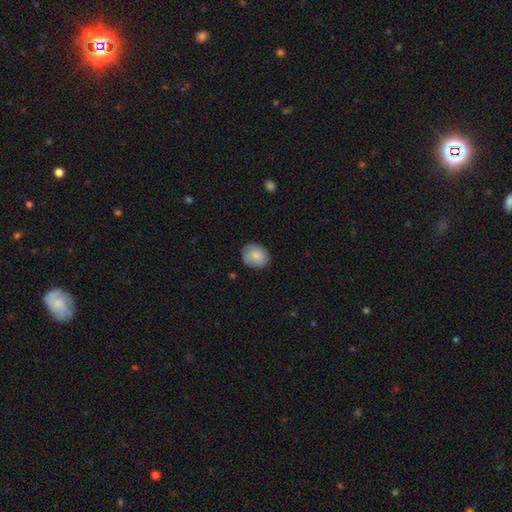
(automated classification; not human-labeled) Smooth or featured? smooth (76%)
How rounded? round (55%)
Merging? none (78%)